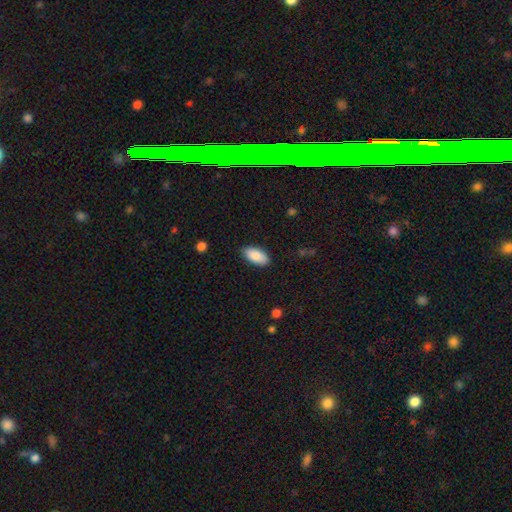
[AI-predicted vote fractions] Smooth or featured? smooth (88%)
How rounded? in between (93%)
Merging? none (86%)